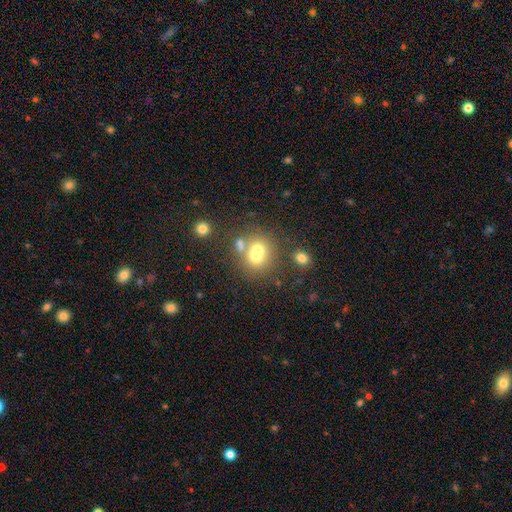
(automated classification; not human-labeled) A smooth galaxy with no disk features (61%) that is round (70%). Merging: merger (49%).